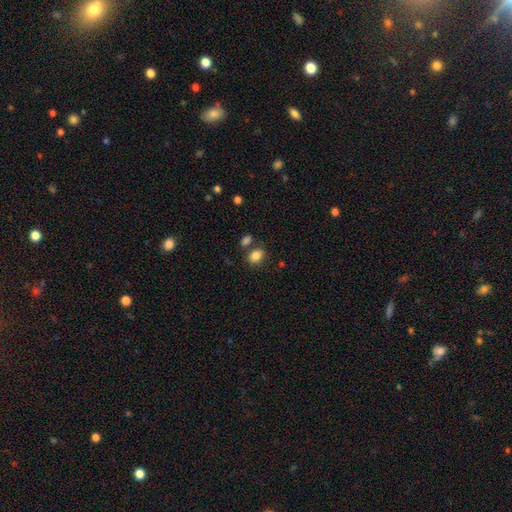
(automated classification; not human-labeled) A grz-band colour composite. It shows a smooth galaxy with no disk features (84%) that is in between round and cigar-shaped (64%). Merging: none (69%).